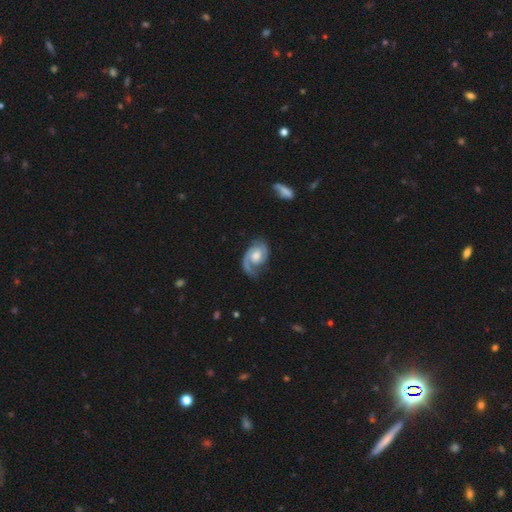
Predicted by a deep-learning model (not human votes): This appears to be a featured or disk galaxy (85%) with no bar (63%), 2 (69%) medium (44%) spiral arms (96%) and a moderate central bulge (58%). Merging: none (63%).